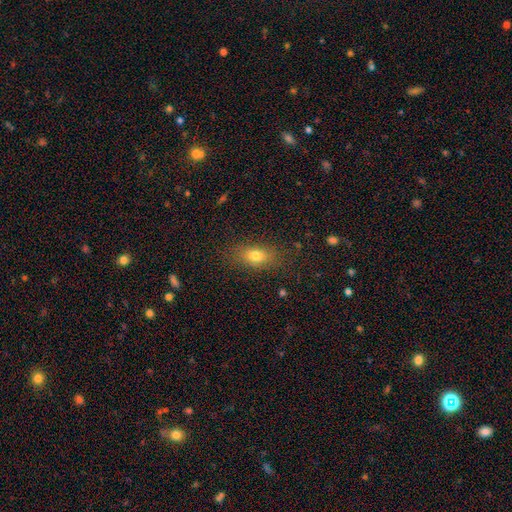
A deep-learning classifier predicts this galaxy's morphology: Q: Smooth or featured?
A: smooth (76%); runner-up: featured or disk (13%)
Q: How rounded?
A: in between (77%); runner-up: round (13%)
Q: Merging?
A: none (82%); runner-up: minor disturbance (12%)